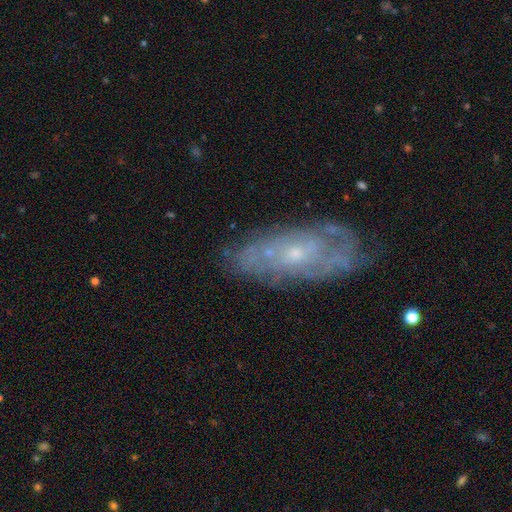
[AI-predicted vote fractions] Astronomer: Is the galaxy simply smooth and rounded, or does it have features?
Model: featured or disk — 69%.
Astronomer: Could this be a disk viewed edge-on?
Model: no — 89%.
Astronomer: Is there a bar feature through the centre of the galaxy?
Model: no — 80%.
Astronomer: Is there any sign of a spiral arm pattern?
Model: yes — 60% (runner-up: no, 40%).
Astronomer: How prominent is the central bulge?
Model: small — 72%.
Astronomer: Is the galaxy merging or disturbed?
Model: none — 65%.